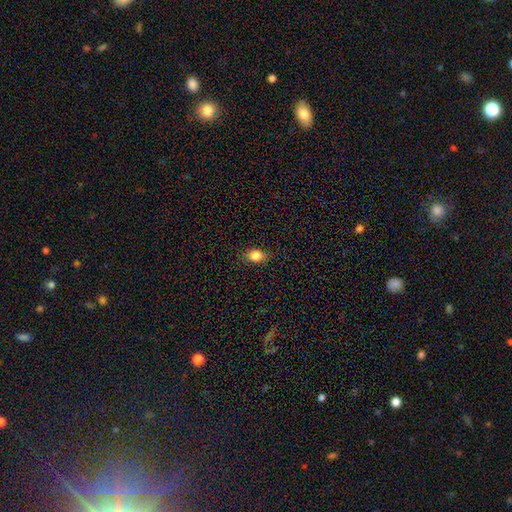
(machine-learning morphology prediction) smooth_or_featured: smooth (p=0.85) [alt: star or artifact p=0.10]
how_rounded: in between (p=0.70) [alt: round p=0.28]
merging: none (p=0.83) [alt: minor disturbance p=0.13]